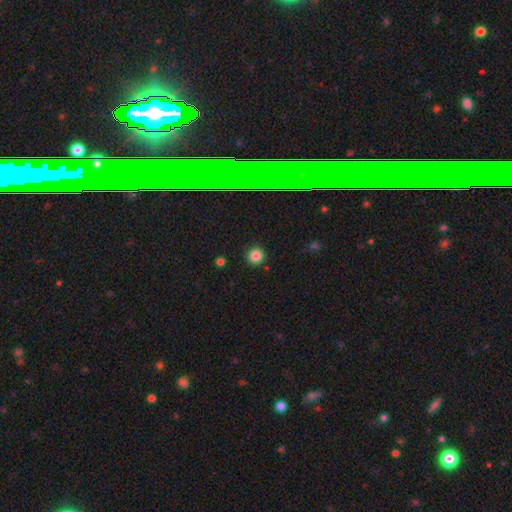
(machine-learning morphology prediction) Smooth or featured? smooth (81%)
How rounded? round (94%)
Merging? none (90%)